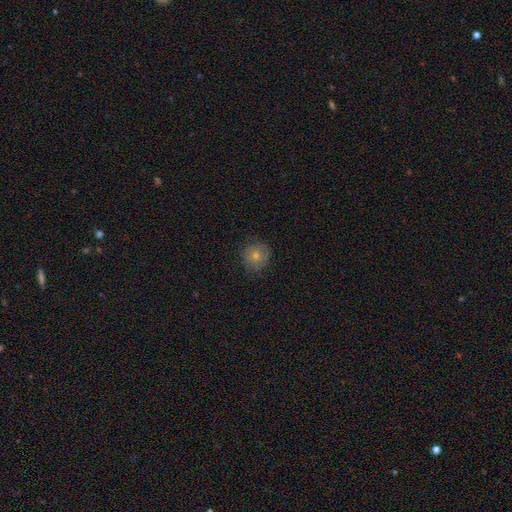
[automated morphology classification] The model was most divided on "smooth or featured": smooth: 60%, featured or disk: 24%, star or artifact: 15%. More confident: how rounded — round (93%); merging — none (84%).